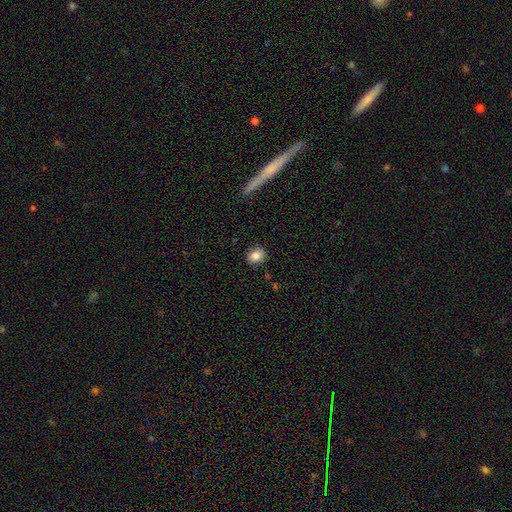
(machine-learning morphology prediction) Q: Smooth or featured?
A: smooth (85%); runner-up: star or artifact (9%)
Q: How rounded?
A: round (54%); runner-up: in between (45%)
Q: Merging?
A: none (86%); runner-up: minor disturbance (10%)